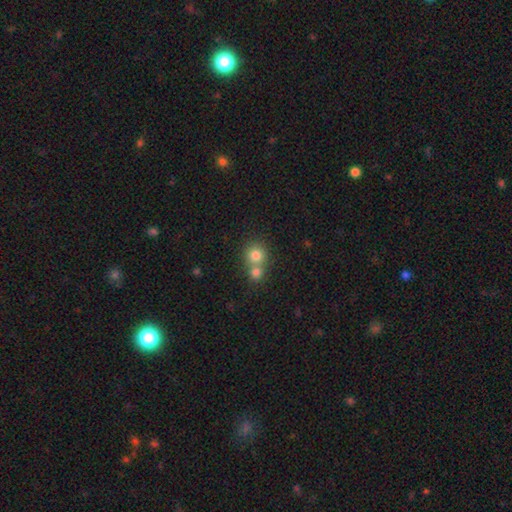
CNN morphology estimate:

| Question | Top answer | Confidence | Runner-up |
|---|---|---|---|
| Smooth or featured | smooth | 78% | star or artifact (12%) |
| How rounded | round | 88% | in between (11%) |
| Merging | merger | 48% | none (44%) |